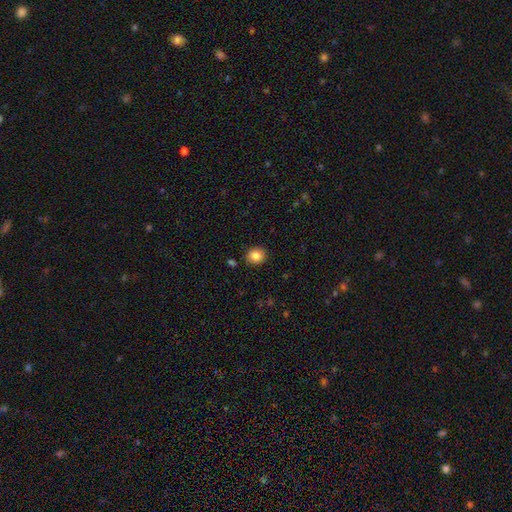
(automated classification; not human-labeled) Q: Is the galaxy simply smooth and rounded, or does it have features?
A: smooth — 85%.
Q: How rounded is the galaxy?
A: round — 76%.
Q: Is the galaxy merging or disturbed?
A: none — 88%.